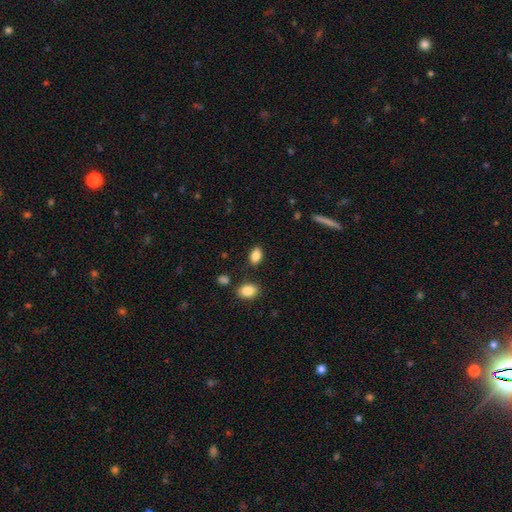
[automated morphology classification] smooth 86%, star or artifact 8%, featured or disk 6%. Down the decision tree: how rounded — in between (88%); merging — none (84%).